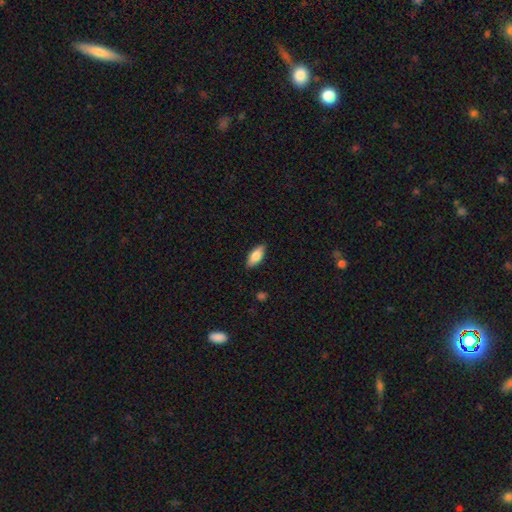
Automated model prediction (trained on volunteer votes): Morphology: type=smooth (80%); roundness=in between (81%); merging=none (87%).